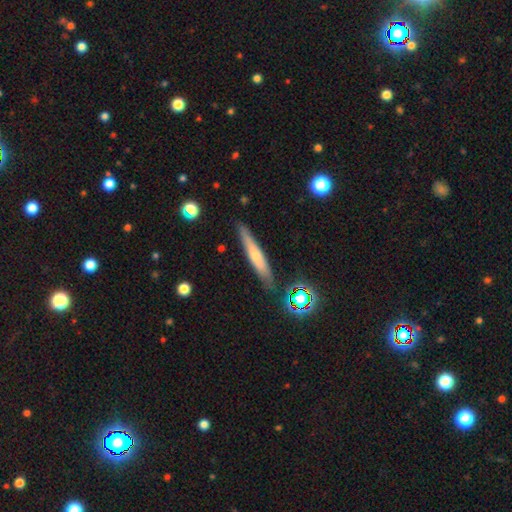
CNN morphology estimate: Smooth or featured?
  - smooth: 53% *
  - featured or disk: 39%
  - star or artifact: 8%
How rounded?
  - cigar-shaped: 92% *
  - in between: 7%
  - round: 2%
Merging?
  - none: 84% *
  - minor disturbance: 12%
  - merger: 3%
  - major disturbance: 2%